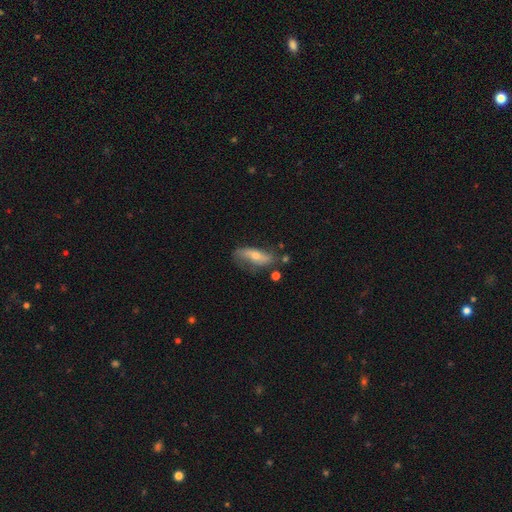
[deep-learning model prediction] Smooth or featured?
  - featured or disk: 51% *
  - smooth: 39%
  - star or artifact: 10%
Edge-on disk?
  - no: 64% *
  - yes: 36%
Merging?
  - none: 65% *
  - minor disturbance: 23%
  - major disturbance: 8%
  - merger: 4%